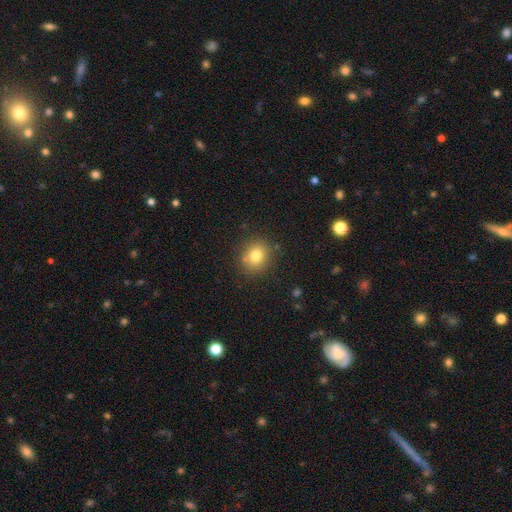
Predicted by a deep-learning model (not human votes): This is likely a smooth galaxy (78%). How rounded: likely round (79%). Merging: clearly none (83%).